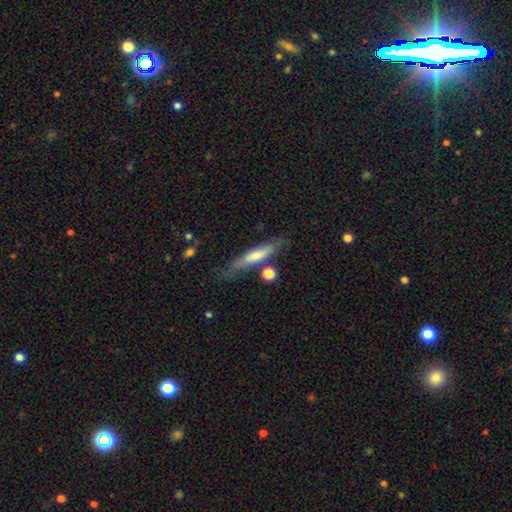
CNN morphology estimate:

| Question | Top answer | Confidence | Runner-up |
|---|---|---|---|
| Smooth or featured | featured or disk | 48% | smooth (44%) |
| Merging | none | 73% | minor disturbance (17%) |